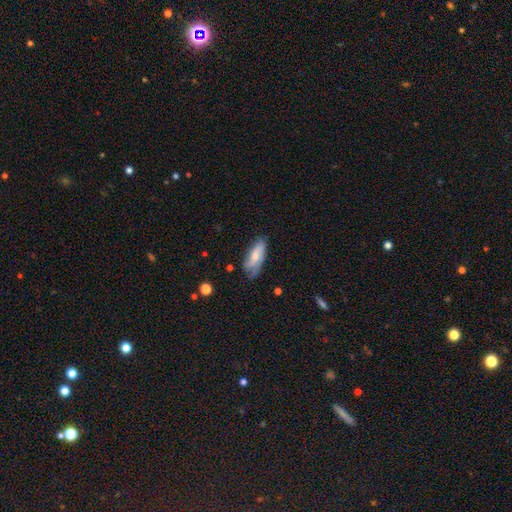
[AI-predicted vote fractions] Smooth or featured? smooth (57%)
How rounded? in between (74%)
Merging? none (52%)